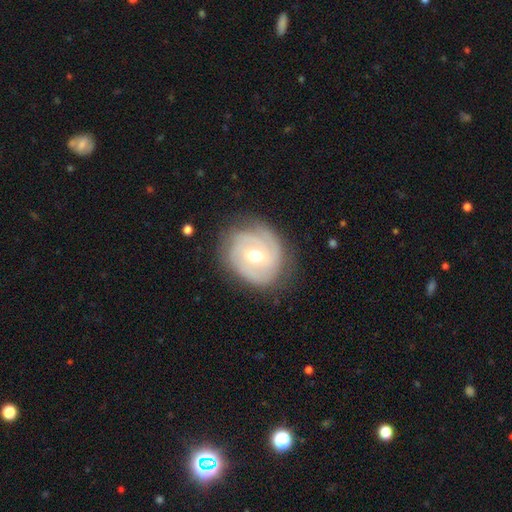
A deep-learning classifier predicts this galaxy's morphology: smooth-or-featured: featured or disk: 79% | smooth: 15% | star or artifact: 5%
  disk-edge-on: no: 97% | yes: 3%
    bar: weak: 48% | no: 37% | strong: 15%
    has-spiral-arms: yes: 90% | no: 10%
      spiral-winding: tight: 66% | medium: 26% | loose: 8%
      spiral-arm-count: 2: 37% | can't tell: 29% | 3: 19% | 1: 8% | 4: 4% | more than 4: 3%
    bulge-size: moderate: 71% | small: 24% | large: 4% | none: 1% | dominant: 1%
  merging: none: 74% | minor disturbance: 19% | major disturbance: 6% | merger: 1%